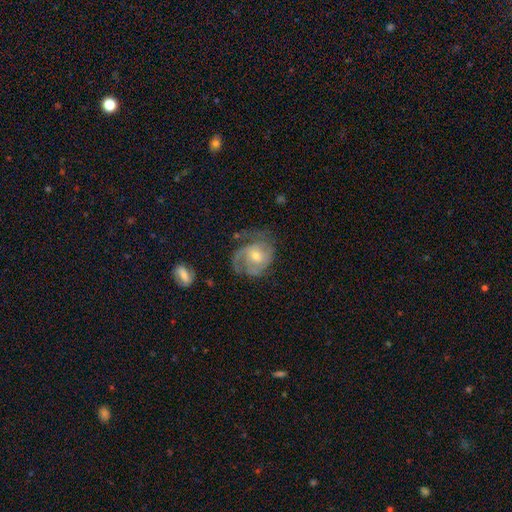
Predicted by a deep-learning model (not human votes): Smooth or featured? Predicted: featured or disk (p=0.76). Edge-on disk? Predicted: no (p=0.97). Bar? Predicted: no (p=0.65). Spiral arms? Predicted: yes (p=0.89). Spiral winding? Predicted: tight (p=0.43). Spiral arm count? Predicted: 2 (p=0.40). Bulge size? Predicted: moderate (p=0.50). Merging? Predicted: none (p=0.53).